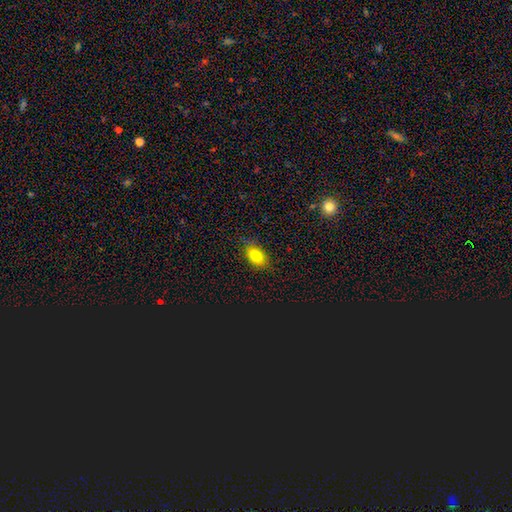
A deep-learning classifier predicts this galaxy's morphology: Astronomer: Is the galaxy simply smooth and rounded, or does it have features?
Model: smooth — 80%.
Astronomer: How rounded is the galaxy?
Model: in between — 84%.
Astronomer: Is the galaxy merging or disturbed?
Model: none — 81%.